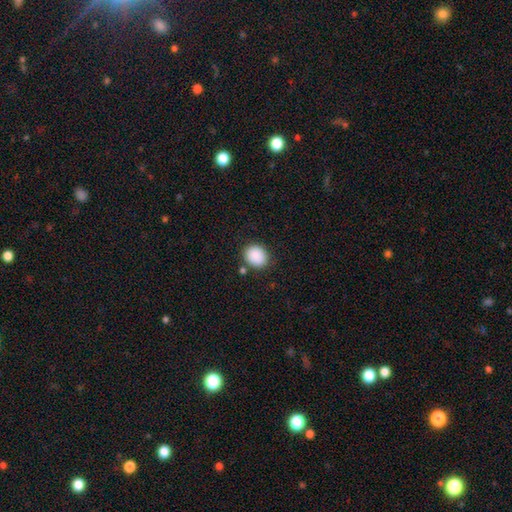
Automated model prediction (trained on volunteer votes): Q: Smooth or featured?
A: smooth (89%); runner-up: star or artifact (8%)
Q: How rounded?
A: round (64%); runner-up: in between (35%)
Q: Merging?
A: none (82%); runner-up: minor disturbance (10%)